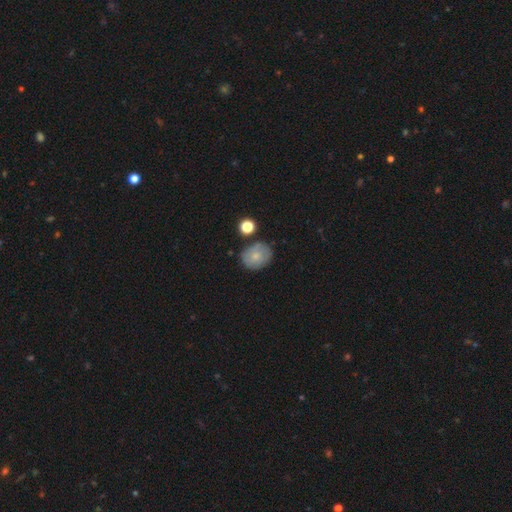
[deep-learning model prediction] This is likely a smooth galaxy (67%). How rounded: likely round (64%). Merging: likely none (71%).